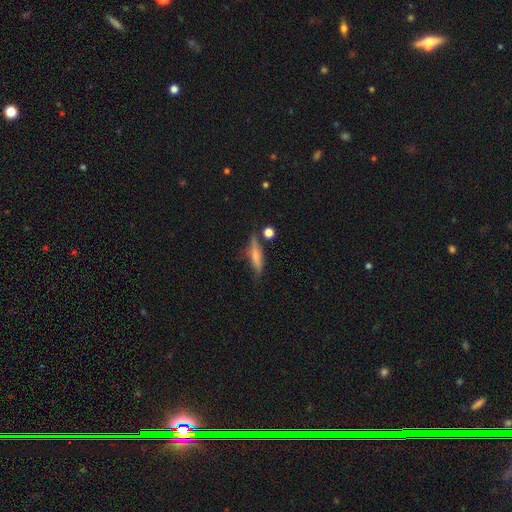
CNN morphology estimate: Overall: smooth (55%; featured or disk 36%). How rounded: cigar-shaped (71%). Merging: none (62%; minor disturbance 23%).